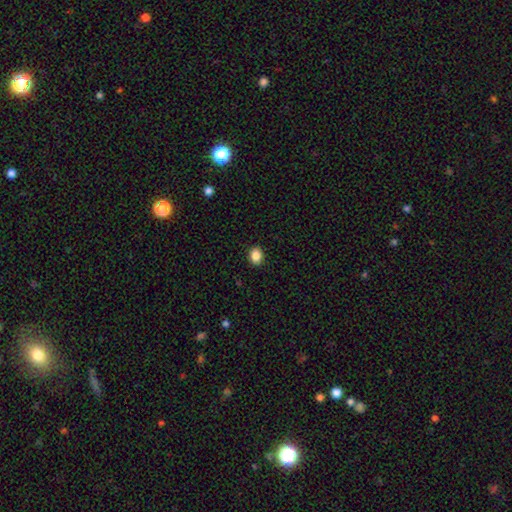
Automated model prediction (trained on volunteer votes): Morphology: type=smooth (86%); roundness=round (51%); merging=none (91%).